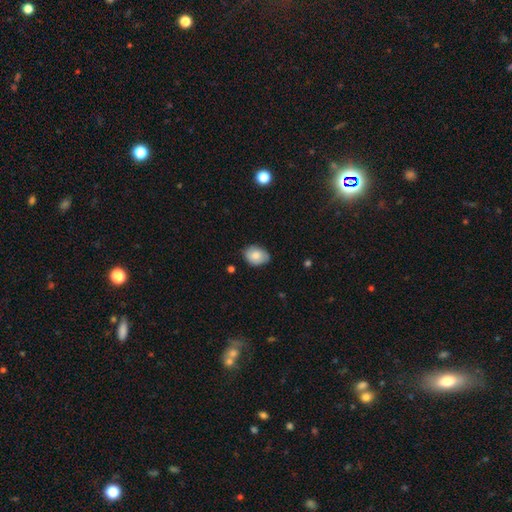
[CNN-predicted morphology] smooth_or_featured: smooth (p=0.78) [alt: featured or disk p=0.15]
how_rounded: in between (p=0.69) [alt: round p=0.30]
merging: none (p=0.74) [alt: minor disturbance p=0.21]